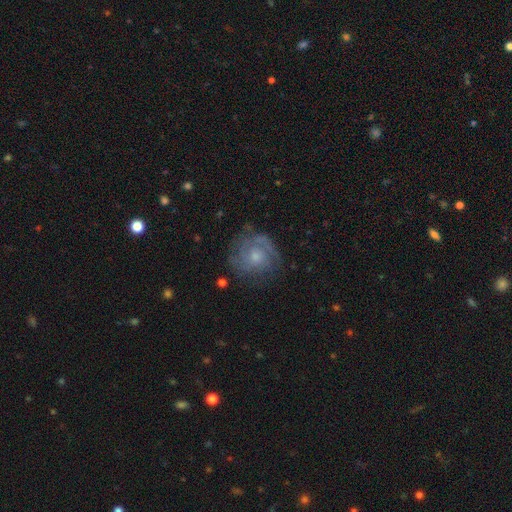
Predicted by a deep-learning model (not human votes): The model was most divided on "spiral arm count": can't tell: 37%, 2: 29%, 3: 16%, 1: 7%, 4: 6%, more than 4: 4%. More confident: edge-on disk — no (98%); spiral arms — yes (86%); bar — no (77%); merging — none (70%); smooth or featured — featured or disk (69%); spiral winding — tight (56%); bulge size — small (53%).